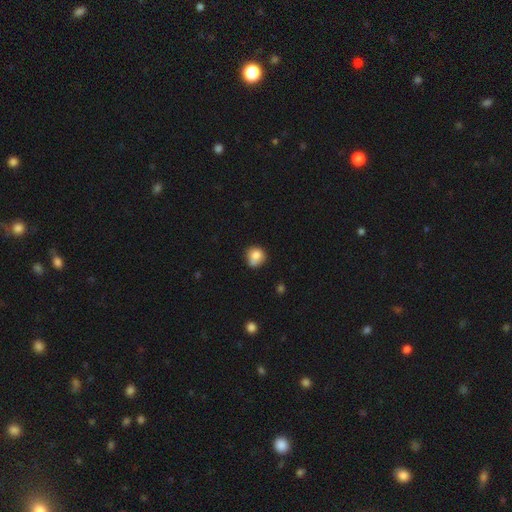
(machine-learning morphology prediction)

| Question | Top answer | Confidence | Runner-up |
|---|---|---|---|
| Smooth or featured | smooth | 80% | star or artifact (10%) |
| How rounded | round | 80% | in between (19%) |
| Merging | none | 55% | minor disturbance (29%) |